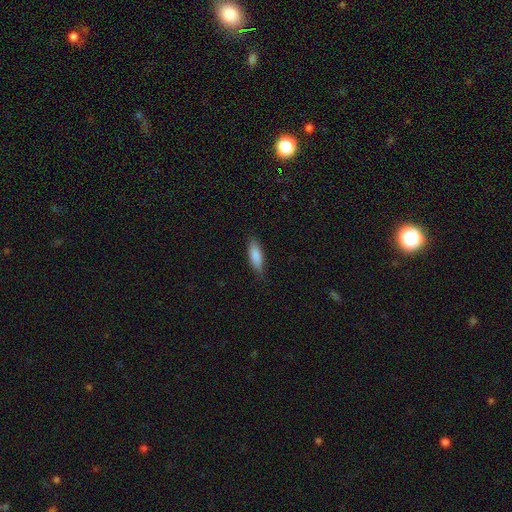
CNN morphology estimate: The model was most divided on "how rounded": in between: 59%, cigar-shaped: 39%, round: 2%. More confident: smooth or featured — smooth (86%); merging — none (82%).